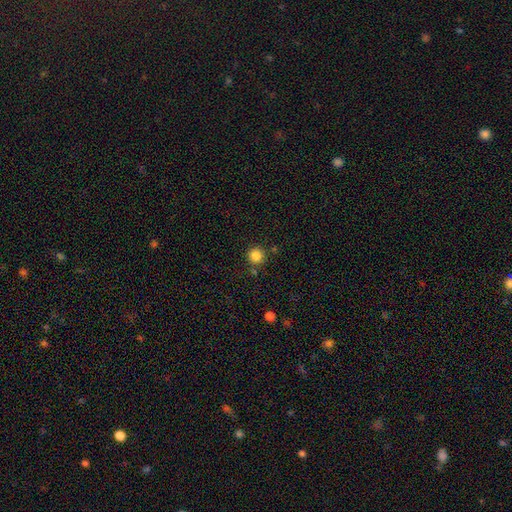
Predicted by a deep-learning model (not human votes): Smooth or featured? Predicted: smooth (p=0.85). How rounded? Predicted: round (p=0.95). Merging? Predicted: none (p=0.86).